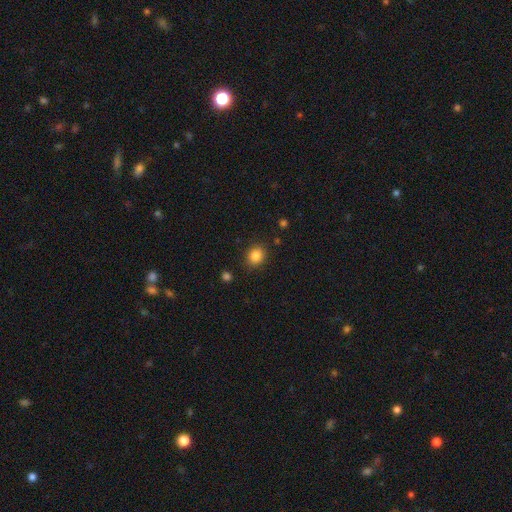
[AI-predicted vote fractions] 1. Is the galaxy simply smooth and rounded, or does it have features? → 85% smooth, 10% star or artifact, 5% featured or disk.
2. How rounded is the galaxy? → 70% round, 29% in between, 1% cigar-shaped.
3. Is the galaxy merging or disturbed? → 86% none, 9% minor disturbance, 3% major disturbance, 2% merger.